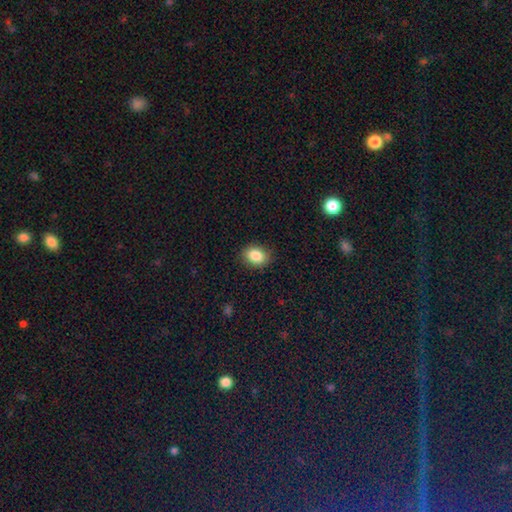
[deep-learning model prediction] The model was most divided on "how rounded": in between: 65%, round: 34%, cigar-shaped: 1%. More confident: merging — none (87%); smooth or featured — smooth (86%).